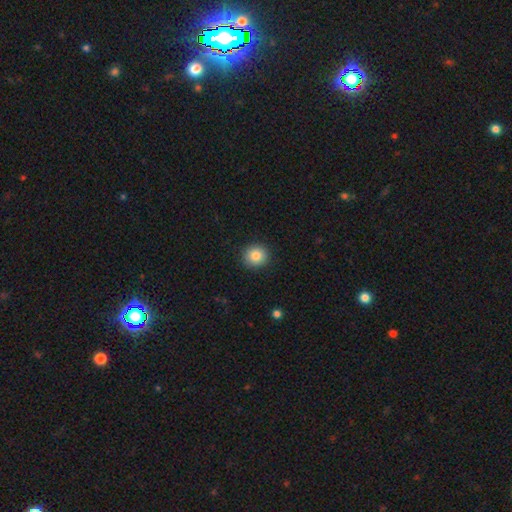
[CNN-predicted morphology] smooth_or_featured: smooth (p=0.84) [alt: star or artifact p=0.09]
how_rounded: round (p=0.89) [alt: in between p=0.10]
merging: none (p=0.91) [alt: minor disturbance p=0.06]